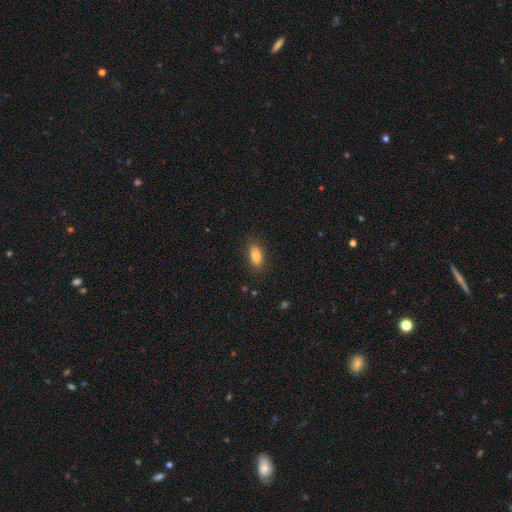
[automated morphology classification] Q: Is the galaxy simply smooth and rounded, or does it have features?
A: smooth — 85%.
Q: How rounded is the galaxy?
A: in between — 86%.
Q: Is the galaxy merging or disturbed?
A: none — 86%.